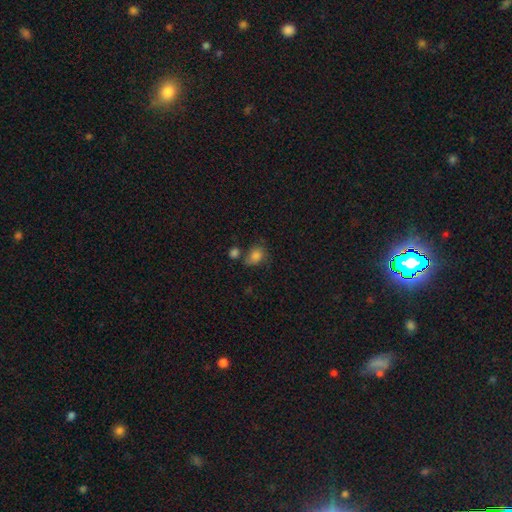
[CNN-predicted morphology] type=smooth (80%); roundness=round (51%); merging=none (46%).